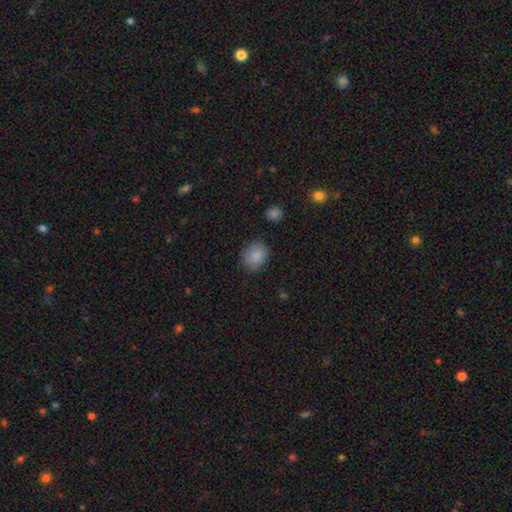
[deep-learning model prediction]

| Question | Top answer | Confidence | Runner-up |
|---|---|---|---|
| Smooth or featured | smooth | 86% | star or artifact (8%) |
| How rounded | round | 57% | in between (42%) |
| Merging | none | 78% | minor disturbance (17%) |